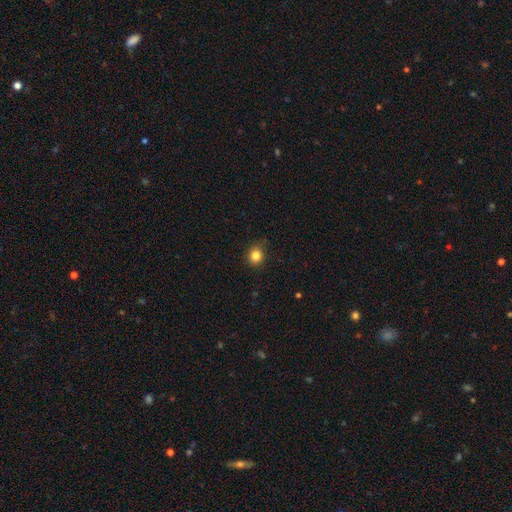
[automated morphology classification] Q: Smooth or featured?
A: smooth (83%); runner-up: star or artifact (12%)
Q: How rounded?
A: round (84%); runner-up: in between (15%)
Q: Merging?
A: none (85%); runner-up: minor disturbance (12%)